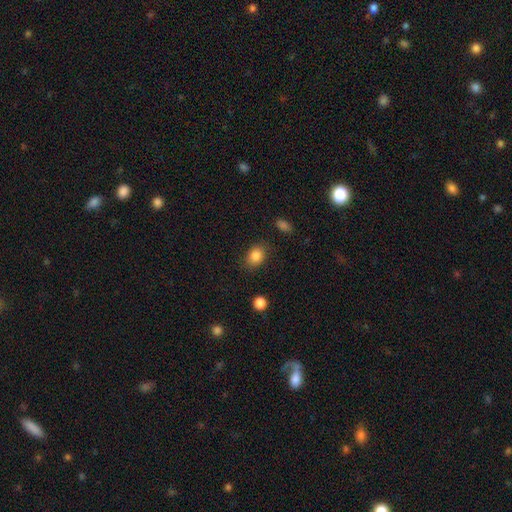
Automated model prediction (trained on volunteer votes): Smooth or featured? smooth (85%)
How rounded? in between (60%)
Merging? none (82%)